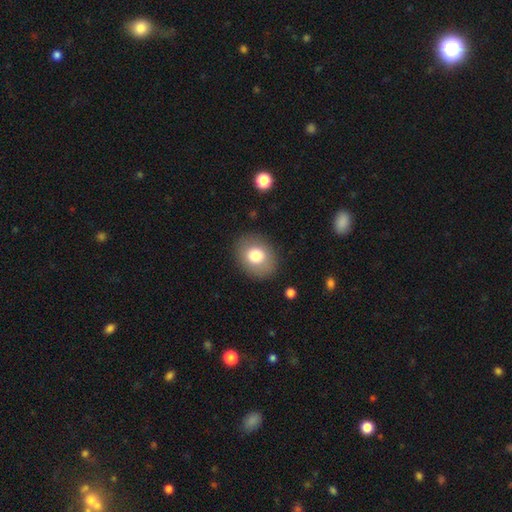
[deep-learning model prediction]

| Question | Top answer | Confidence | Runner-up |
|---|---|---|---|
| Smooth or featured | smooth | 77% | featured or disk (14%) |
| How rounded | round | 53% | in between (46%) |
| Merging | none | 86% | minor disturbance (9%) |